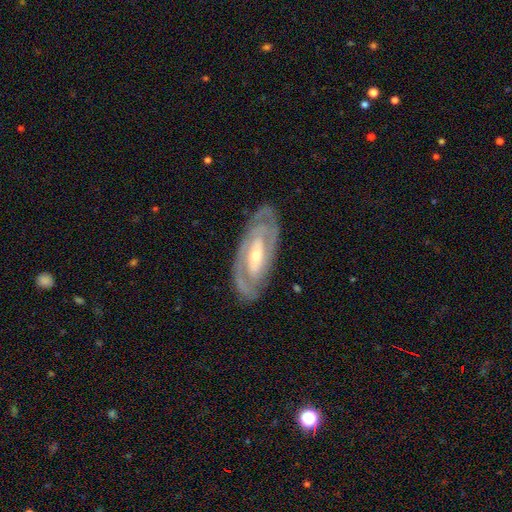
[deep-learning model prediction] smooth-or-featured: featured or disk: 84% | smooth: 12% | star or artifact: 5%
  disk-edge-on: no: 90% | yes: 10%
    bar: no: 35% | weak: 34% | strong: 31%
    has-spiral-arms: yes: 85% | no: 15%
      spiral-winding: tight: 64% | medium: 28% | loose: 8%
      spiral-arm-count: 2: 60% | can't tell: 25% | 3: 6% | 1: 4% | 4: 2% | more than 4: 2%
    bulge-size: small: 48% | moderate: 47% | large: 3% | none: 1% | dominant: 1%
  merging: none: 81% | minor disturbance: 13% | major disturbance: 5% | merger: 1%